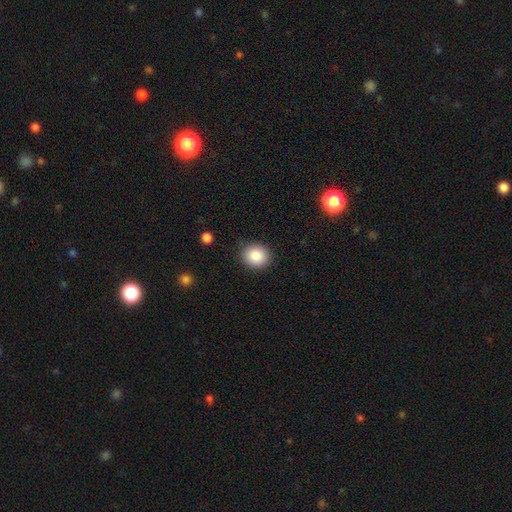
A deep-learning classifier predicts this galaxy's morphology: type=smooth (87%); roundness=round (76%); merging=none (88%).